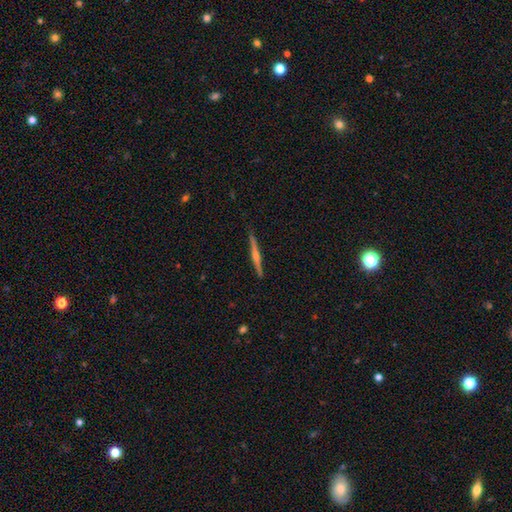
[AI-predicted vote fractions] Morphology: type=featured or disk (77%); edge-on=yes (98%); edge-on bulge=rounded (82%); merging=none (91%).